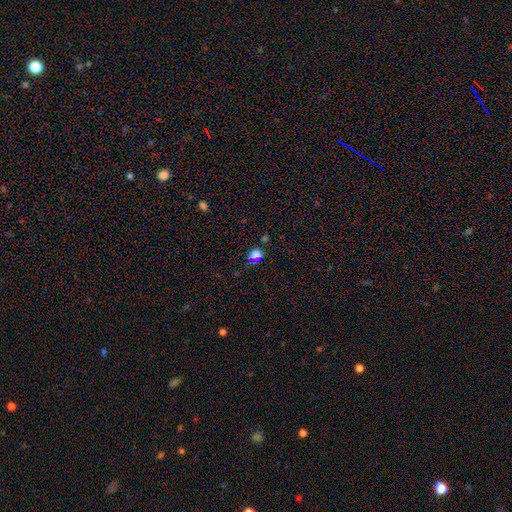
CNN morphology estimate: type=smooth (72%); roundness=round (54%); merging=none (65%).